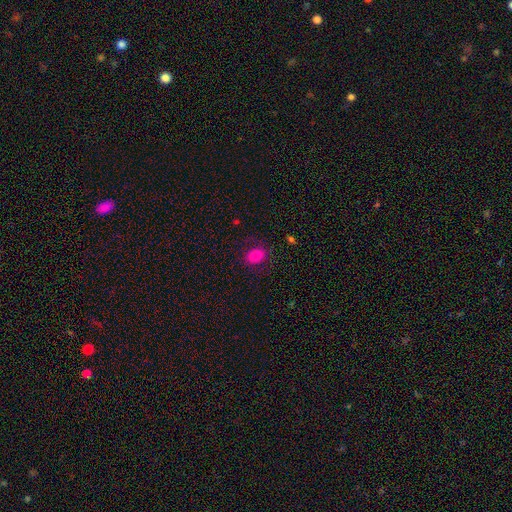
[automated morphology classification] Overall: smooth (81%). How rounded: in between (67%; round 32%). Merging: none (82%).